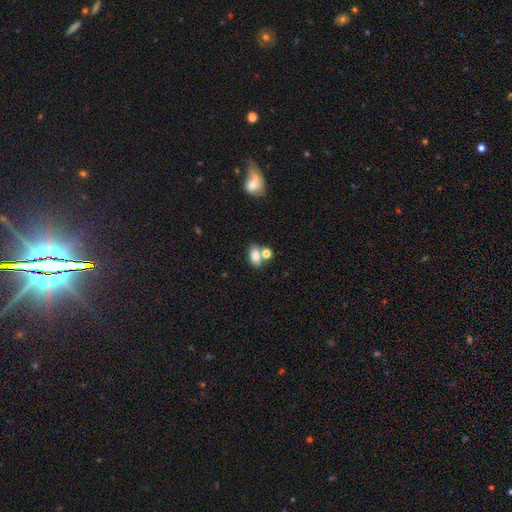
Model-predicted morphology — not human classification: This appears to be a smooth galaxy with no disk features (79%) that is in between round and cigar-shaped (83%). Merging: none (48%).